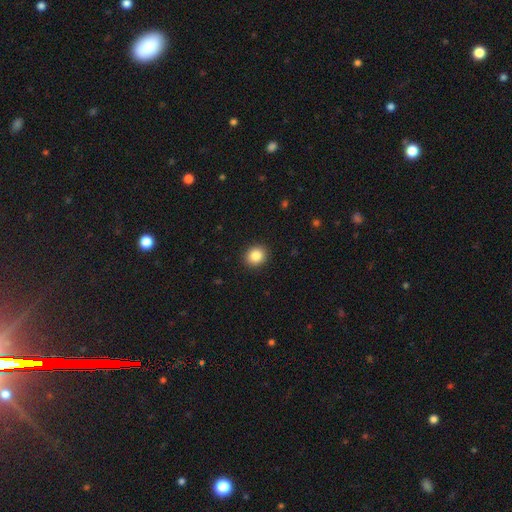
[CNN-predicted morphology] Smooth or featured? Predicted: smooth (p=0.86). How rounded? Predicted: round (p=0.77). Merging? Predicted: none (p=0.92).